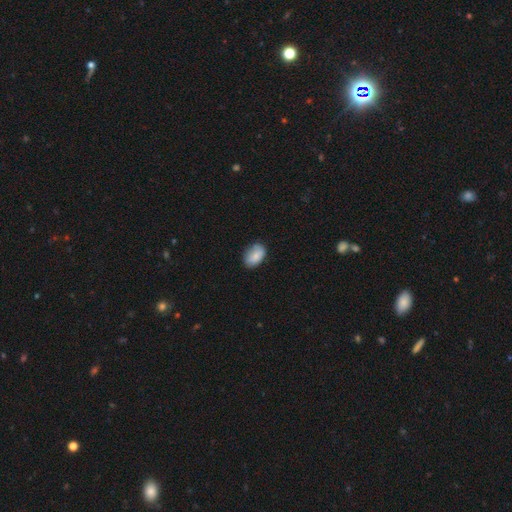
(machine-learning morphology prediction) smooth-or-featured: smooth: 80% | featured or disk: 13% | star or artifact: 7%
  how-rounded: in between: 88% | round: 11% | cigar-shaped: 1%
  merging: none: 71% | minor disturbance: 23% | major disturbance: 4% | merger: 2%